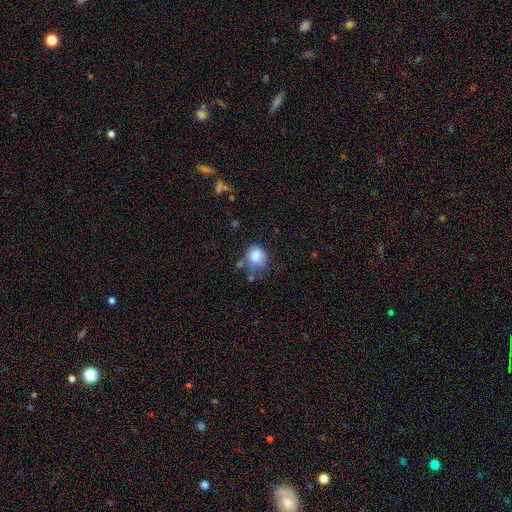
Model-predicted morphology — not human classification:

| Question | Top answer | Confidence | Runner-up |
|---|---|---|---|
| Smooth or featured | smooth | 80% | featured or disk (10%) |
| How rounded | round | 68% | in between (31%) |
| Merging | none | 48% | minor disturbance (28%) |